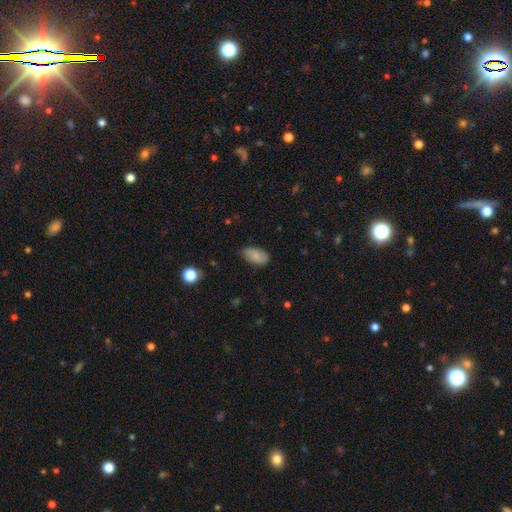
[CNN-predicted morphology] smooth 77%, featured or disk 14%, star or artifact 8%. Down the decision tree: how rounded — in between (94%); merging — none (72%).